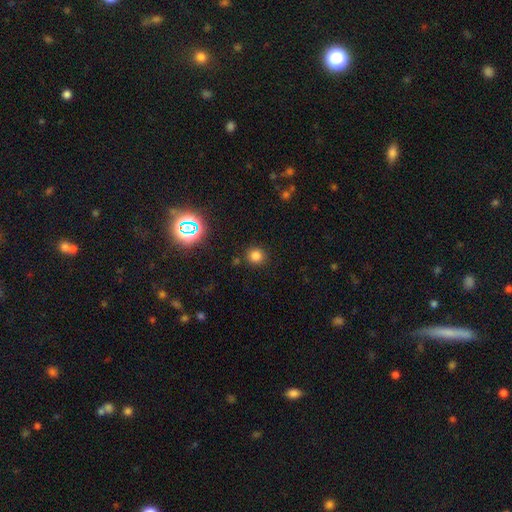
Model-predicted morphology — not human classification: Smooth or featured?
  - smooth: 77% *
  - star or artifact: 18%
  - featured or disk: 5%
How rounded?
  - round: 91% *
  - in between: 8%
  - cigar-shaped: 1%
Merging?
  - none: 88% *
  - minor disturbance: 7%
  - major disturbance: 3%
  - merger: 2%